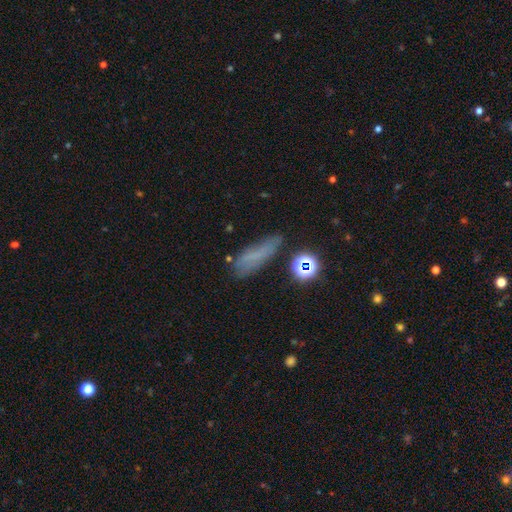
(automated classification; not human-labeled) Q: Smooth or featured?
A: smooth (54%); runner-up: featured or disk (23%)
Q: How rounded?
A: cigar-shaped (53%); runner-up: in between (40%)
Q: Merging?
A: none (56%); runner-up: minor disturbance (25%)